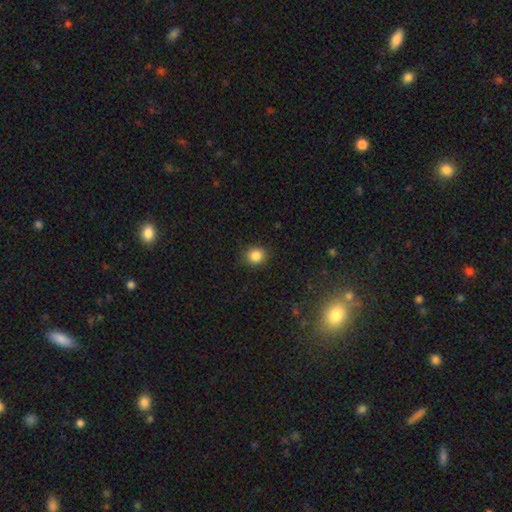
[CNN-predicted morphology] smooth-or-featured: smooth: 86% | star or artifact: 10% | featured or disk: 4%
  how-rounded: round: 86% | in between: 13% | cigar-shaped: 1%
  merging: none: 90% | minor disturbance: 7% | major disturbance: 2% | merger: 1%